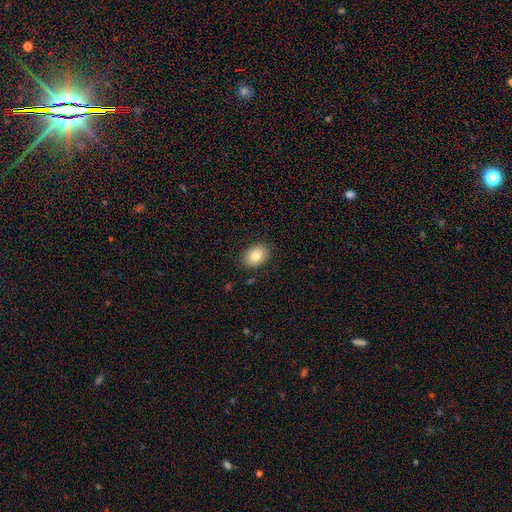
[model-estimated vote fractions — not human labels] A smooth galaxy with no disk features (84%) that is in between round and cigar-shaped (78%). Merging: none (87%).